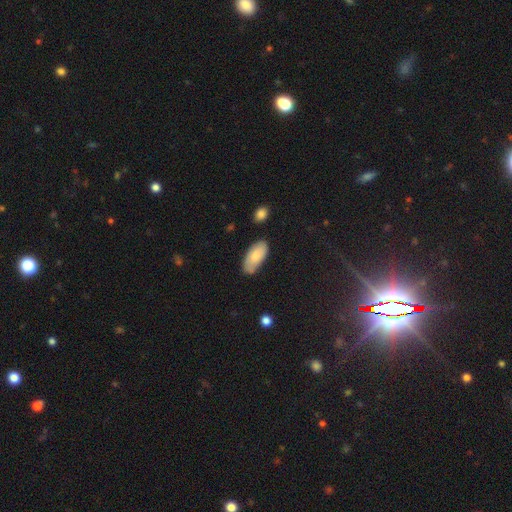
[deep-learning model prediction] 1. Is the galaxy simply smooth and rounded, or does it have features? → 79% smooth, 15% featured or disk, 6% star or artifact.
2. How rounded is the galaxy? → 91% in between, 7% cigar-shaped, 2% round.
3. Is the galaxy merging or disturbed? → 73% none, 20% minor disturbance, 4% major disturbance, 3% merger.